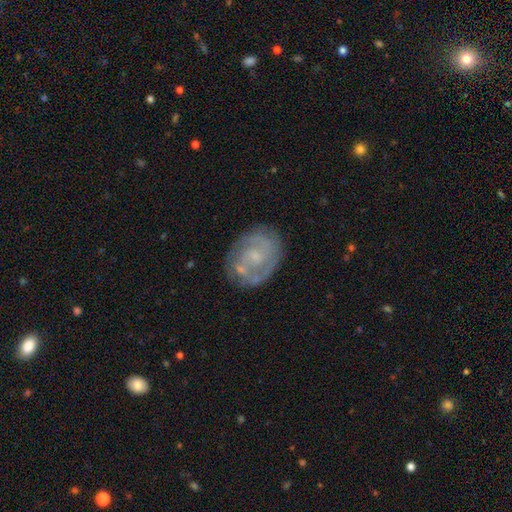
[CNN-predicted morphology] Smooth or featured: featured or disk — 74% (smooth — 19%)
Edge-on disk: no — 97% (yes — 3%)
Bar: no — 67% (weak — 28%)
Spiral arms: yes — 81% (no — 19%)
Spiral winding: tight — 52% (medium — 36%)
Spiral arm count: 2 — 48% (can't tell — 30%)
Bulge size: small — 66% (moderate — 23%)
Merging: none — 71% (minor disturbance — 17%)